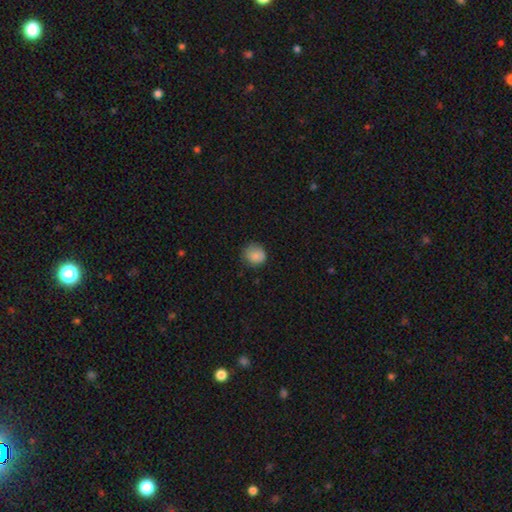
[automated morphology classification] The model was most divided on "merging": none: 70%, minor disturbance: 23%, major disturbance: 5%, merger: 1%. More confident: how rounded — round (84%); smooth or featured — smooth (84%).